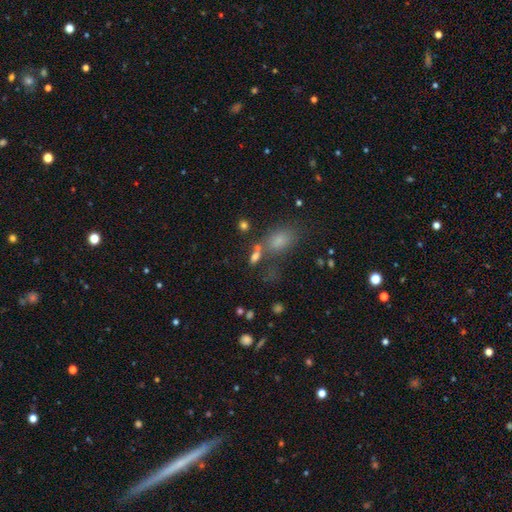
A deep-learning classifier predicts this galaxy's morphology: Overall: smooth (68%). How rounded: in between (72%). Merging: none (51%; merger 25%).